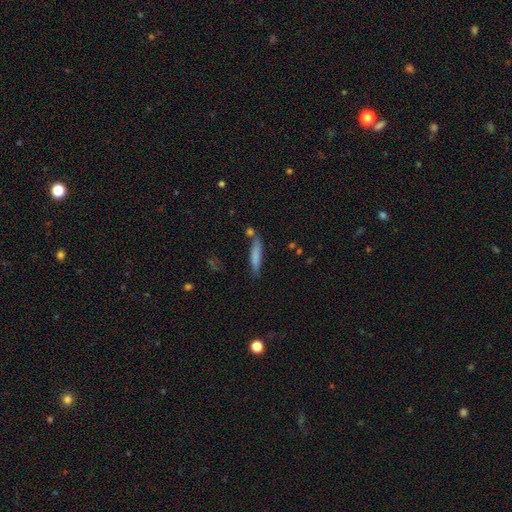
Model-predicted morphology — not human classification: smooth_or_featured: smooth (p=0.76) [alt: featured or disk p=0.17]
how_rounded: cigar-shaped (p=0.88) [alt: in between p=0.10]
merging: none (p=0.73) [alt: minor disturbance p=0.15]